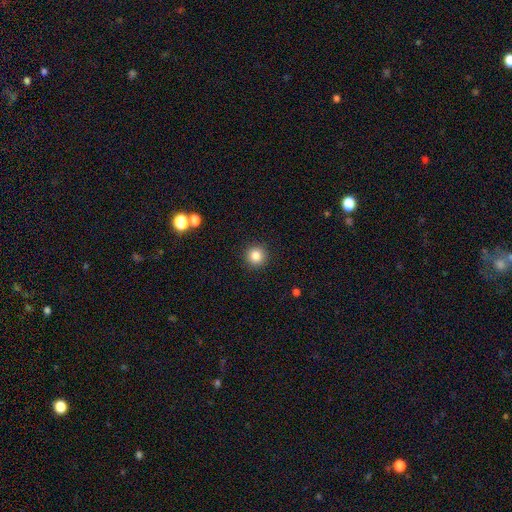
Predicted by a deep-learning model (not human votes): smooth_or_featured: smooth (p=0.84) [alt: star or artifact p=0.11]
how_rounded: round (p=0.95) [alt: in between p=0.04]
merging: none (p=0.92) [alt: minor disturbance p=0.05]